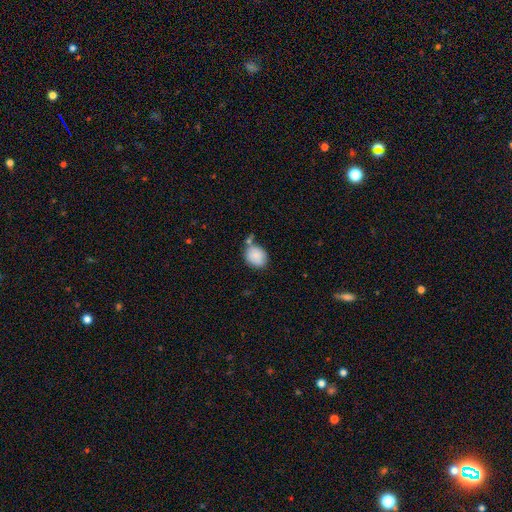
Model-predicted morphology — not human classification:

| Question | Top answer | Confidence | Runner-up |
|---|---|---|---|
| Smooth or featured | smooth | 84% | featured or disk (9%) |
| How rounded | round | 50% | in between (49%) |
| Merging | none | 60% | minor disturbance (20%) |